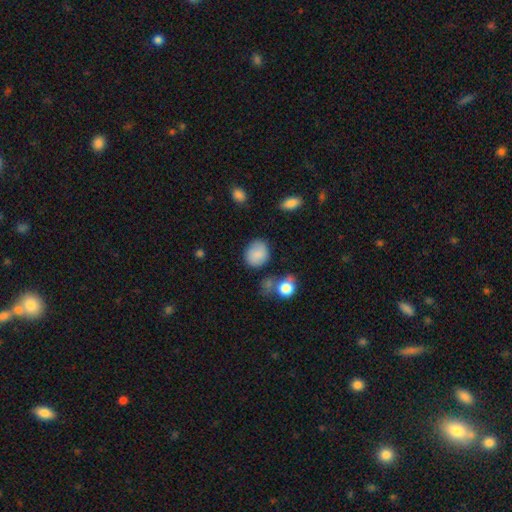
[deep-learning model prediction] smooth-or-featured: smooth: 84% | star or artifact: 8% | featured or disk: 8%
  how-rounded: round: 64% | in between: 35% | cigar-shaped: 1%
  merging: none: 73% | minor disturbance: 18% | major disturbance: 5% | merger: 4%